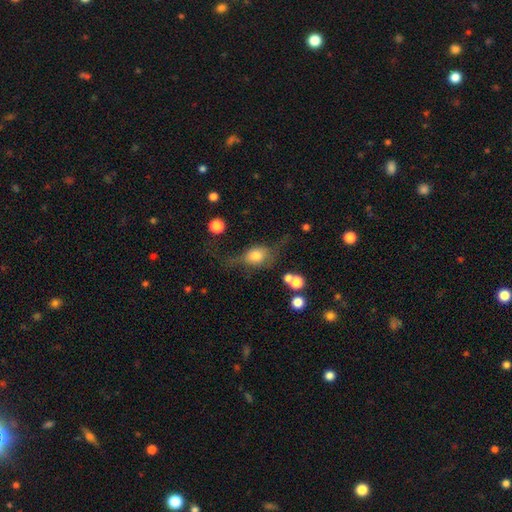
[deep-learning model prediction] Smooth or featured: smooth — 63% (featured or disk — 27%)
How rounded: in between — 56% (round — 39%)
Merging: none — 36% (major disturbance — 30%)